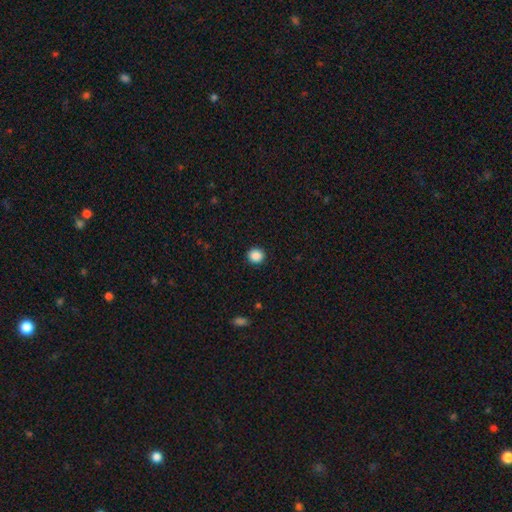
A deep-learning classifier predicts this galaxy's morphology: The model was most divided on "smooth or featured": smooth: 88%, star or artifact: 10%, featured or disk: 2%. More confident: merging — none (92%); how rounded — round (91%).